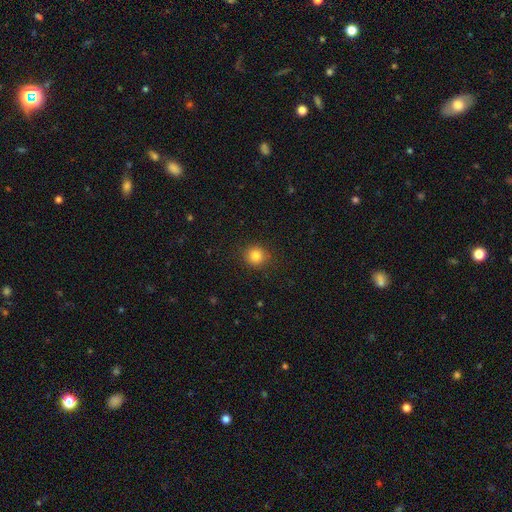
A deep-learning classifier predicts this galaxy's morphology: Q: Smooth or featured?
A: smooth (83%); runner-up: star or artifact (12%)
Q: How rounded?
A: round (89%); runner-up: in between (10%)
Q: Merging?
A: none (89%); runner-up: minor disturbance (7%)